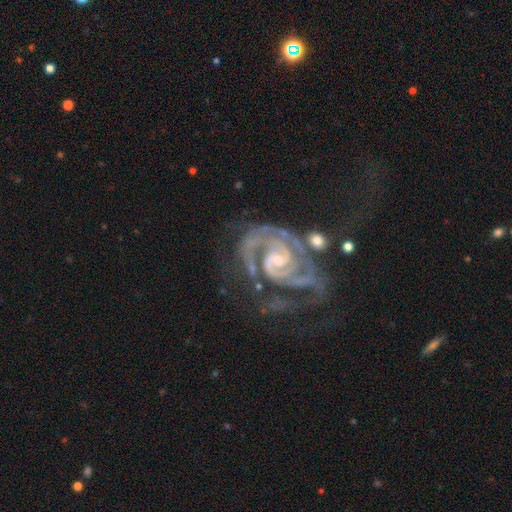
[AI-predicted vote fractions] featured or disk 83%, star or artifact 10%, smooth 7%. Down the decision tree: edge-on disk — no (97%); bar — no (58%); spiral arms — yes (86%); spiral arm count — 2 (42%); spiral winding — tight (45%); bulge size — small (50%); merging — major disturbance (39%).